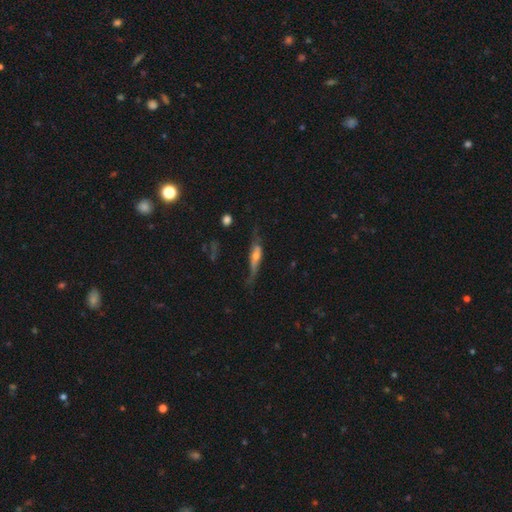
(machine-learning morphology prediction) Q: Smooth or featured?
A: featured or disk (55%); runner-up: smooth (36%)
Q: Edge-on disk?
A: yes (73%); runner-up: no (27%)
Q: Merging?
A: none (45%); runner-up: minor disturbance (27%)